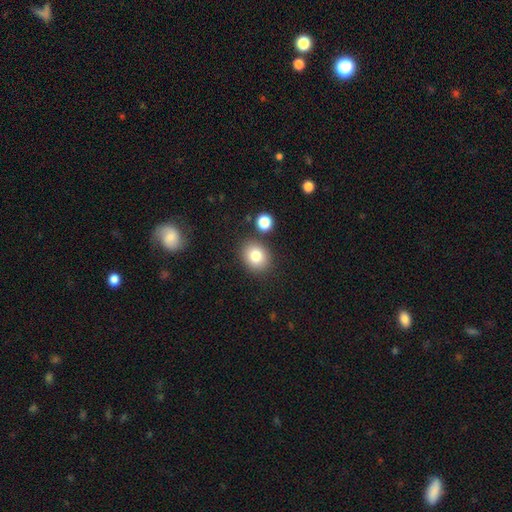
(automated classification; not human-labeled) A smooth galaxy with no disk features (82%) that is round (62%).

Vote fractions:
- Smooth or featured? smooth: 82% / star or artifact: 10% / featured or disk: 8%
- How rounded? round: 62% / in between: 37% / cigar-shaped: 1%
- Merging? none: 81% / minor disturbance: 9% / merger: 7% / major disturbance: 3%